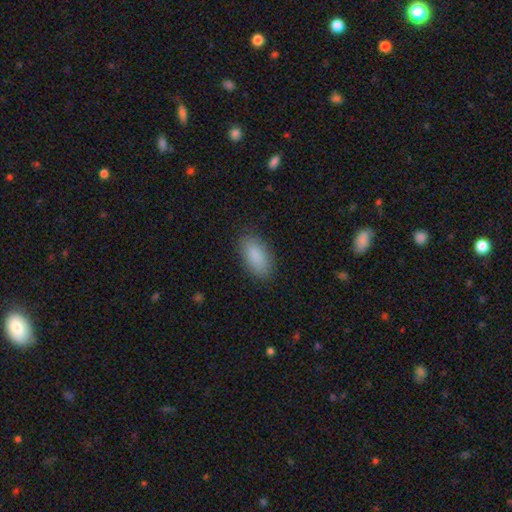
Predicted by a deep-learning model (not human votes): A smooth galaxy with no disk features (89%) that is in between round and cigar-shaped (93%).

Vote fractions:
- Smooth or featured? smooth: 89% / star or artifact: 7% / featured or disk: 5%
- How rounded? in between: 93% / cigar-shaped: 4% / round: 3%
- Merging? none: 86% / minor disturbance: 10% / major disturbance: 3% / merger: 1%